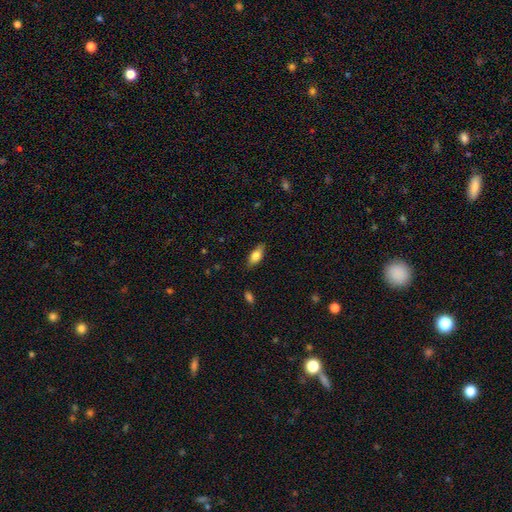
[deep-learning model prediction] A smooth galaxy with no disk features (77%) that is in between round and cigar-shaped (84%).

Vote fractions:
- Smooth or featured? smooth: 77% / featured or disk: 16% / star or artifact: 7%
- How rounded? in between: 84% / cigar-shaped: 13% / round: 3%
- Merging? none: 82% / minor disturbance: 14% / major disturbance: 3% / merger: 1%